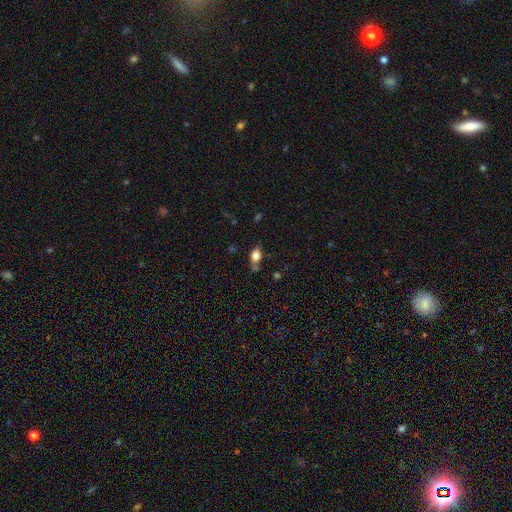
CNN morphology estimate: A smooth galaxy with no disk features (73%) that is in between round and cigar-shaped (75%).

Vote fractions:
- Smooth or featured? smooth: 73% / featured or disk: 17% / star or artifact: 10%
- How rounded? in between: 75% / round: 16% / cigar-shaped: 9%
- Merging? none: 56% / minor disturbance: 28% / major disturbance: 10% / merger: 7%